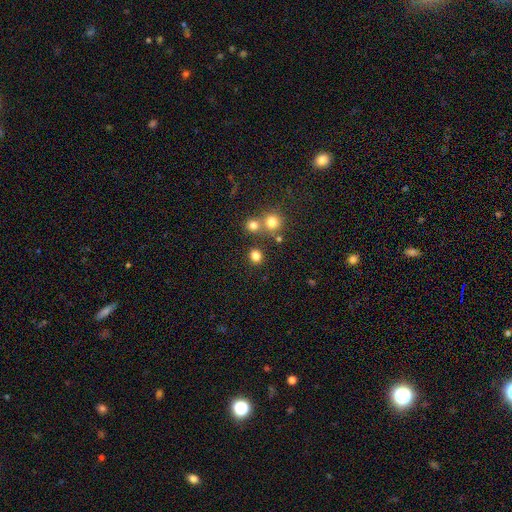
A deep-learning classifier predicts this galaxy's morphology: Overall: smooth (80%). How rounded: round (81%). Merging: none (79%).